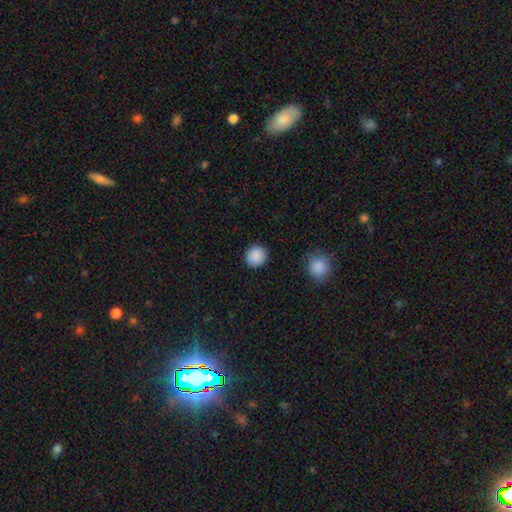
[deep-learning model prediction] Smooth or featured: smooth — 89% (star or artifact — 8%)
How rounded: round — 87% (in between — 12%)
Merging: none — 89% (minor disturbance — 7%)